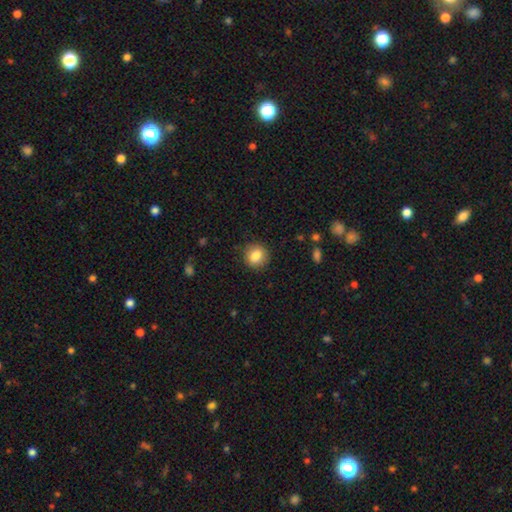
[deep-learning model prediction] This is clearly a smooth galaxy (84%). How rounded: clearly round (85%). Merging: clearly none (89%).